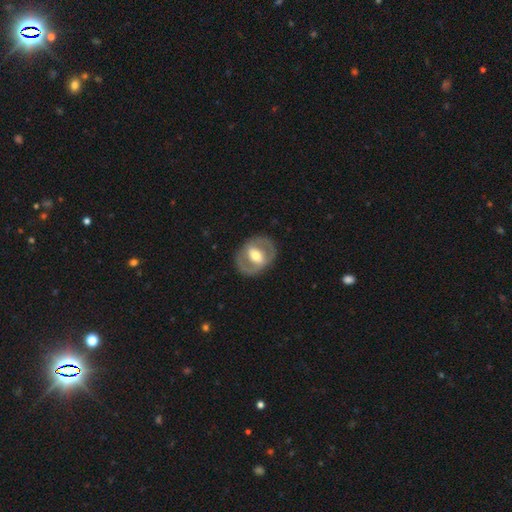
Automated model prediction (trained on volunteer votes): A featured or disk galaxy (66%) with a strong bar (36%), no spiral arms (63%) and a moderate central bulge (67%). Merging: none (81%).